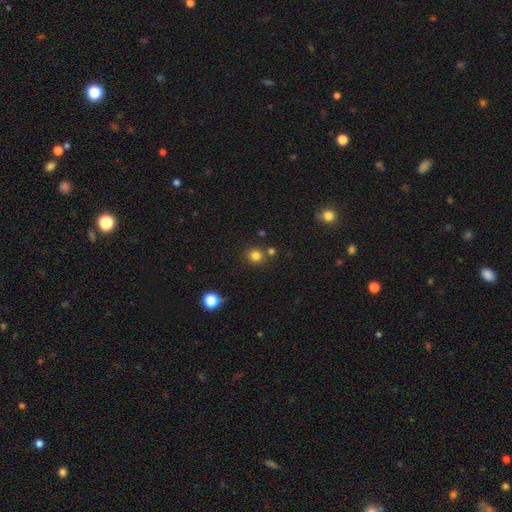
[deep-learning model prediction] Overall: smooth (80%). How rounded: round (91%). Merging: none (79%).